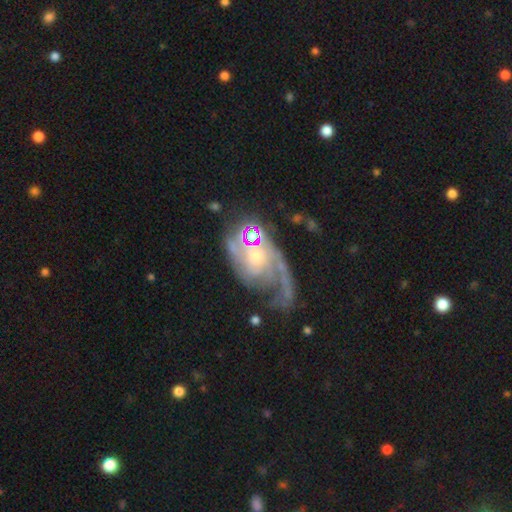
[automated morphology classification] A featured or disk galaxy (83%) with no bar (70%), 2 (41%) medium (39%) spiral arms (93%) and a small central bulge (55%). Merging: none (43%).